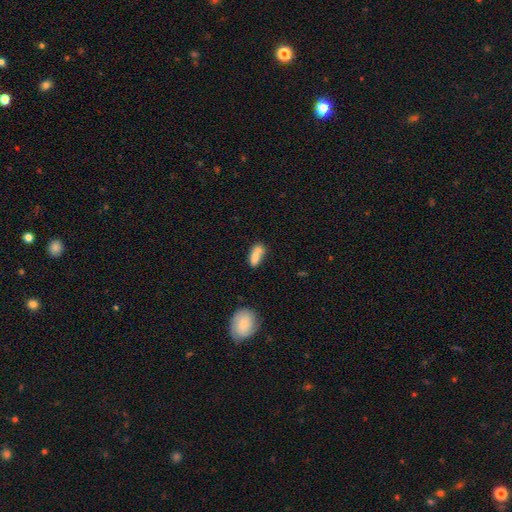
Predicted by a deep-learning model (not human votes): A smooth galaxy with no disk features (77%) that is in between round and cigar-shaped (75%). Merging: none (38%).